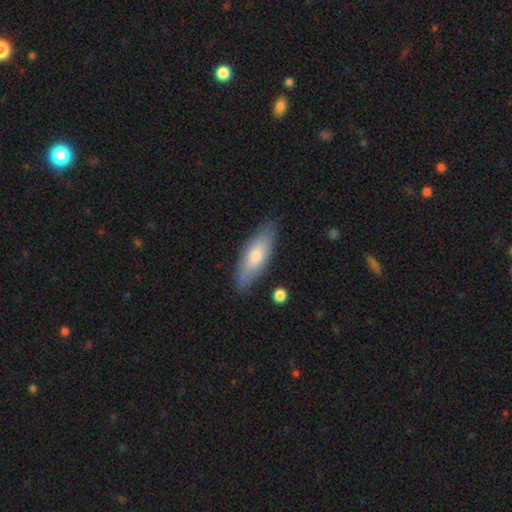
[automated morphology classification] A smooth galaxy with no disk features (69%) that is in between round and cigar-shaped (65%). Merging: none (82%).